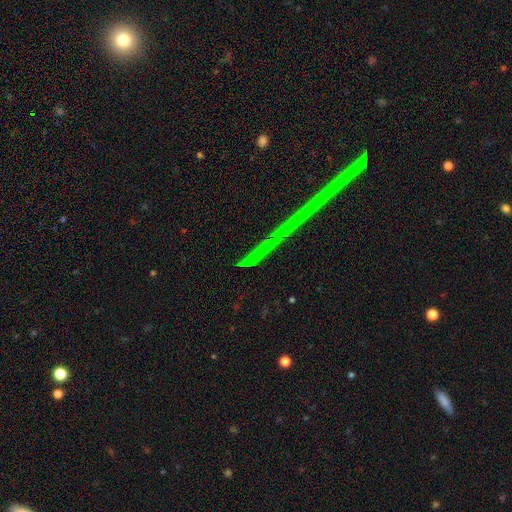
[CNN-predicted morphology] This appears to be a star or artifact, not a galaxy (74%).